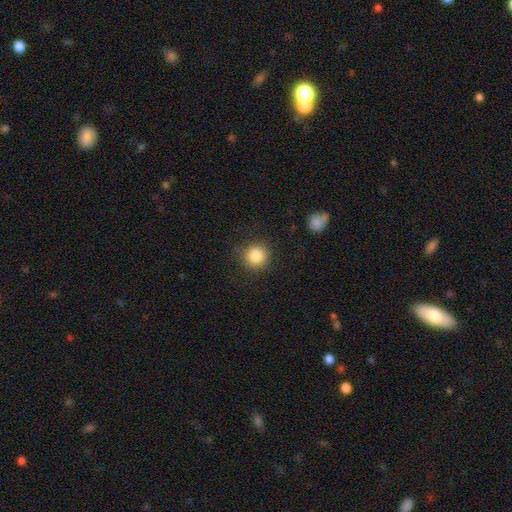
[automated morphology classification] A smooth galaxy with no disk features (85%) that is round (93%). Merging: none (88%).